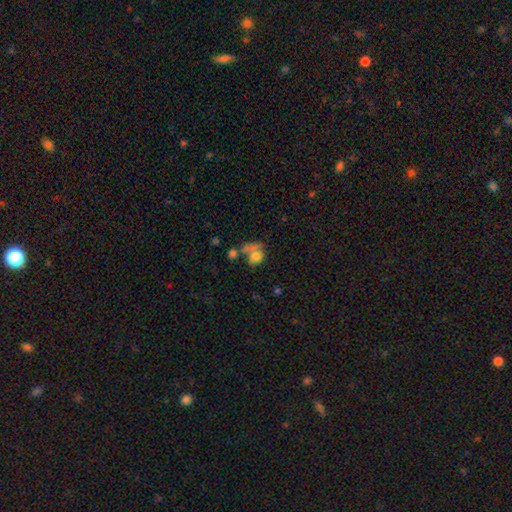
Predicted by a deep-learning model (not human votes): Smooth or featured: smooth — 69% (featured or disk — 19%)
How rounded: in between — 50% (round — 48%)
Merging: merger — 38% (none — 30%)